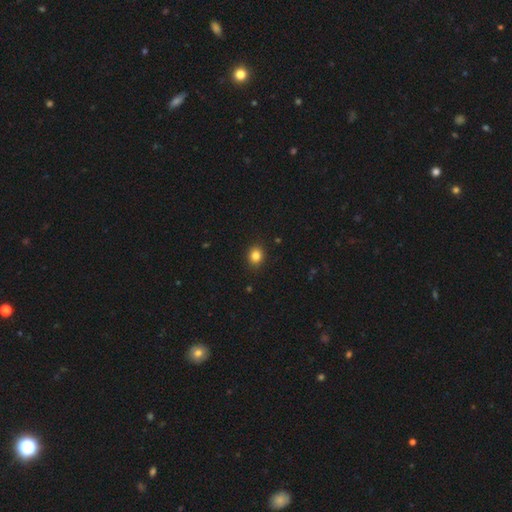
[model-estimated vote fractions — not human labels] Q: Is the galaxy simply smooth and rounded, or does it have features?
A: smooth — 85%.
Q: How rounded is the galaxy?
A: round — 67%.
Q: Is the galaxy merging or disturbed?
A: none — 90%.